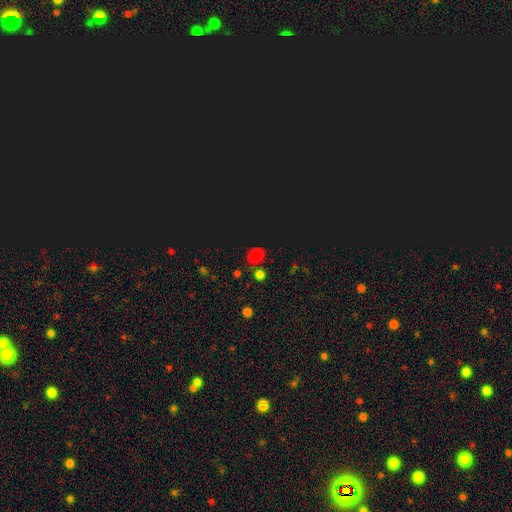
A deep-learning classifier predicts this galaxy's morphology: A smooth galaxy with no disk features (54%) that is round (50%). Merging: none (67%).